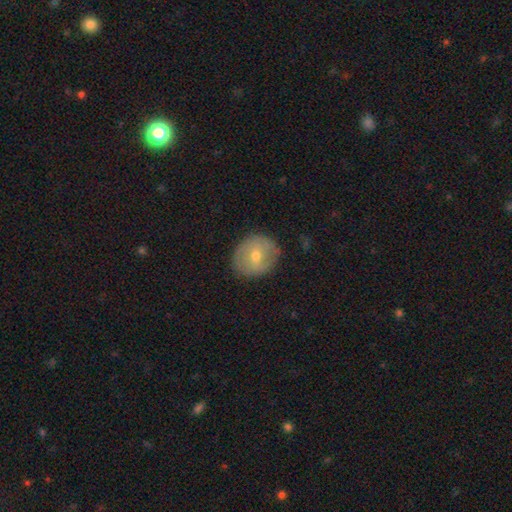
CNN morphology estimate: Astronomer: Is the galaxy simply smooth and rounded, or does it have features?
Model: smooth — 52% (runner-up: featured or disk, 40%).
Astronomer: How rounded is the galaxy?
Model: round — 77%.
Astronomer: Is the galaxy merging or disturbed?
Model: none — 83%.